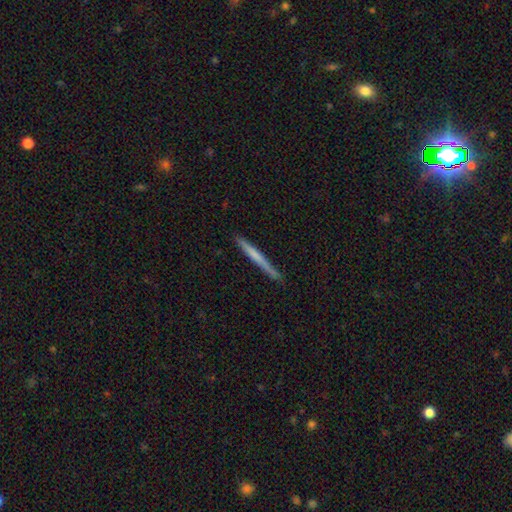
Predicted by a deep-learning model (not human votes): smooth-or-featured: smooth: 56% | featured or disk: 38% | star or artifact: 5%
  how-rounded: cigar-shaped: 97% | in between: 2% | round: 1%
  merging: none: 88% | minor disturbance: 9% | major disturbance: 2% | merger: 1%